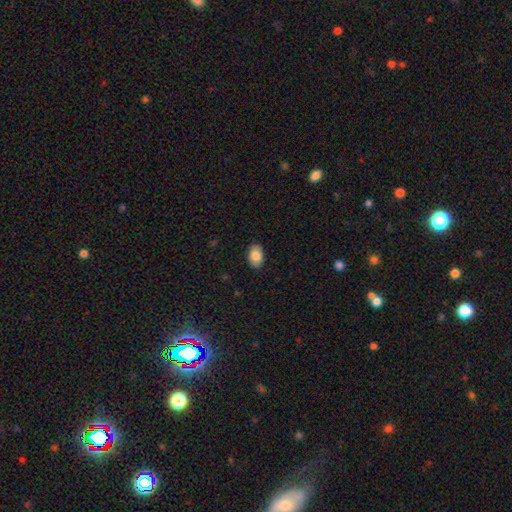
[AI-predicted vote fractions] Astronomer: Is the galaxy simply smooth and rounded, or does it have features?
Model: smooth — 84%.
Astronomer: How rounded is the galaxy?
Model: in between — 90%.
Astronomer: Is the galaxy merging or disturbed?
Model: none — 88%.